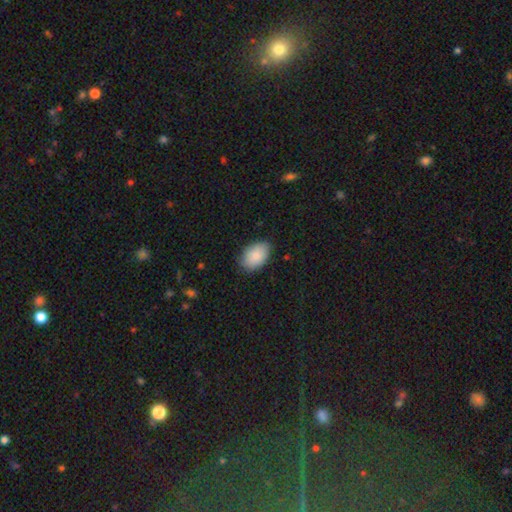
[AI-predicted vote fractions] Smooth or featured? Predicted: smooth (p=0.86). How rounded? Predicted: in between (p=0.88). Merging? Predicted: none (p=0.82).